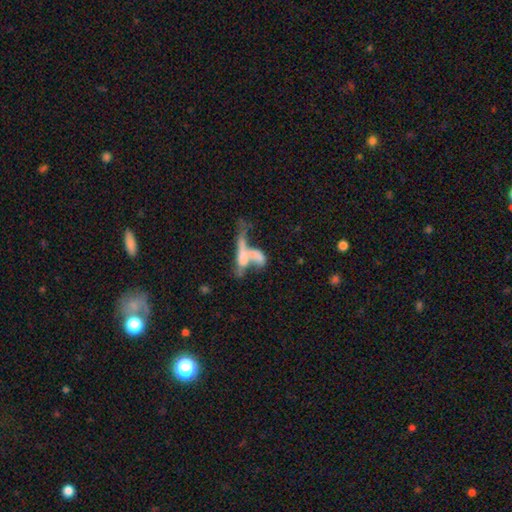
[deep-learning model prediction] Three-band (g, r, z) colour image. It shows a smooth galaxy with no disk features (45%). Merging: merger (67%).